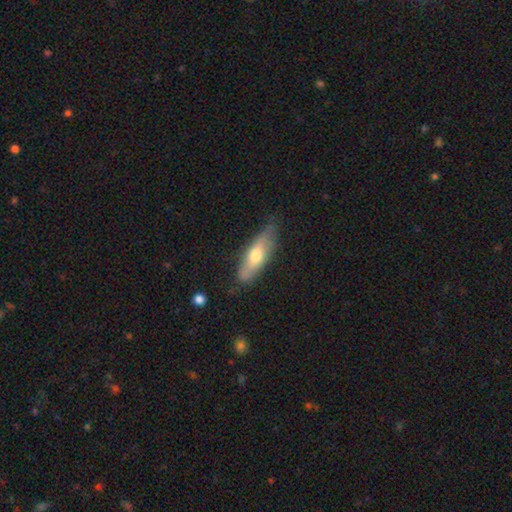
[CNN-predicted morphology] The model was most divided on "how rounded": cigar-shaped: 50%, in between: 47%, round: 2%. More confident: merging — none (73%); smooth or featured — smooth (57%).